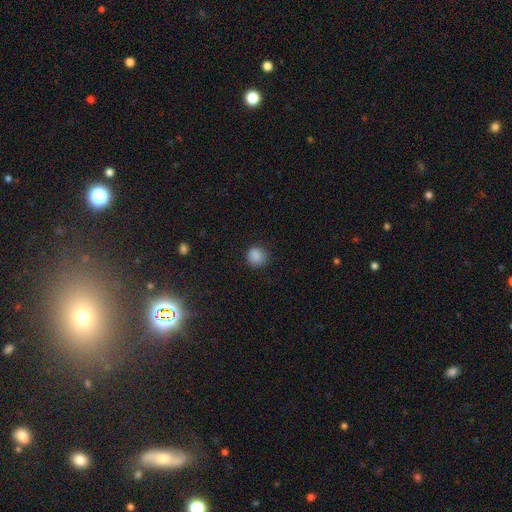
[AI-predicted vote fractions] Smooth or featured: smooth — 87% (star or artifact — 10%)
How rounded: round — 87% (in between — 12%)
Merging: none — 86% (minor disturbance — 10%)